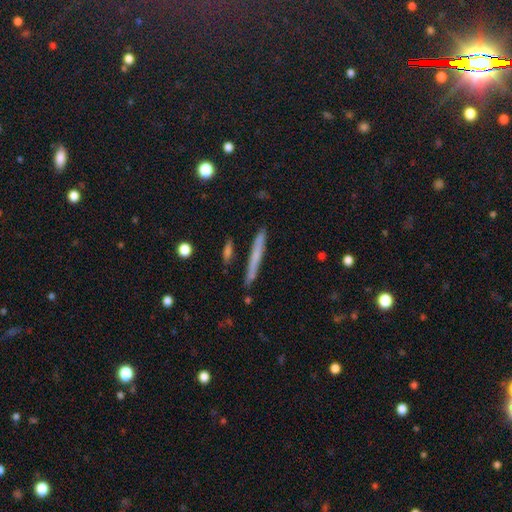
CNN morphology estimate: smooth-or-featured: smooth: 58% | featured or disk: 35% | star or artifact: 7%
  how-rounded: cigar-shaped: 96% | in between: 2% | round: 2%
  merging: none: 88% | minor disturbance: 9% | merger: 2% | major disturbance: 2%